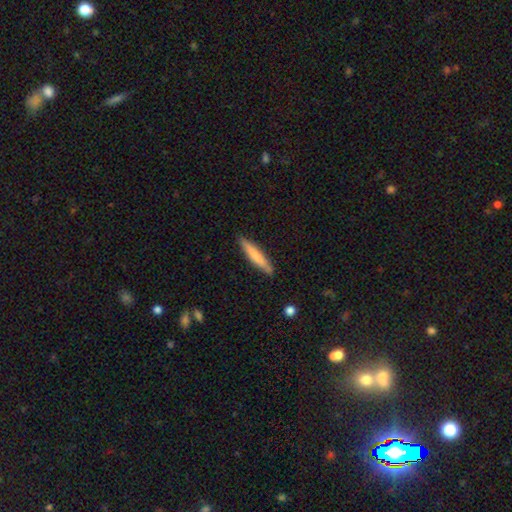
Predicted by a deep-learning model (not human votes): smooth_or_featured: smooth (p=0.70) [alt: featured or disk p=0.24]
how_rounded: cigar-shaped (p=0.92) [alt: in between p=0.07]
merging: none (p=0.88) [alt: minor disturbance p=0.09]